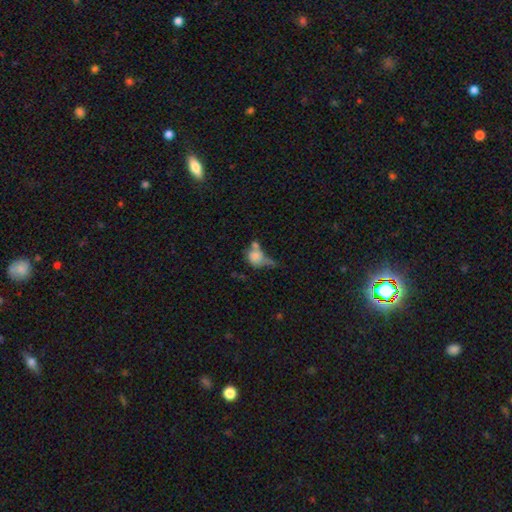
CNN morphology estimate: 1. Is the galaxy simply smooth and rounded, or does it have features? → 70% smooth, 19% featured or disk, 10% star or artifact.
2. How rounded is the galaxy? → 57% round, 40% in between, 3% cigar-shaped.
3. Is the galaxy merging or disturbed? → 39% merger, 22% none, 21% major disturbance, 18% minor disturbance.